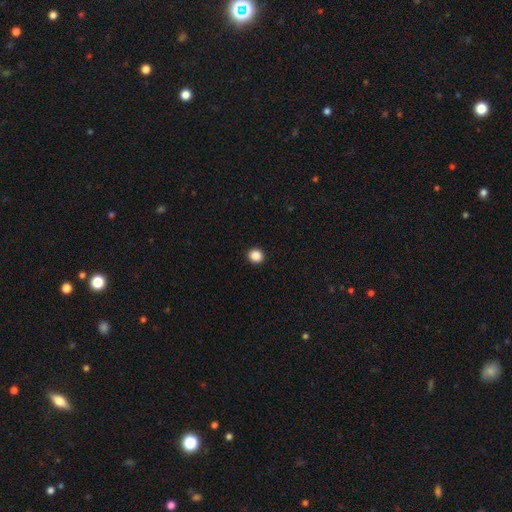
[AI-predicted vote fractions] smooth_or_featured: smooth (p=0.87) [alt: star or artifact p=0.10]
how_rounded: round (p=0.90) [alt: in between p=0.09]
merging: none (p=0.94) [alt: minor disturbance p=0.04]